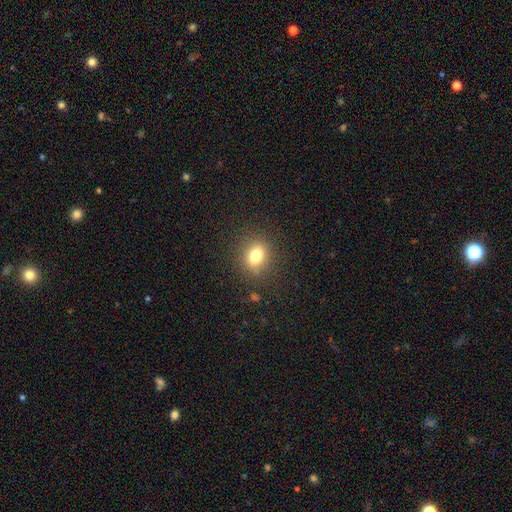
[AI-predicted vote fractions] Smooth or featured? smooth (78%)
How rounded? round (54%)
Merging? none (86%)